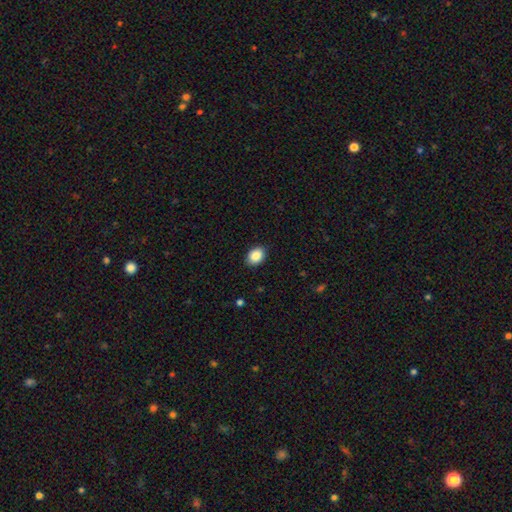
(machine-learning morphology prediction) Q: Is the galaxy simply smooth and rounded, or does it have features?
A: smooth — 88%.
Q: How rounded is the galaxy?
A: in between — 70%.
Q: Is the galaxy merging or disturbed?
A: none — 88%.